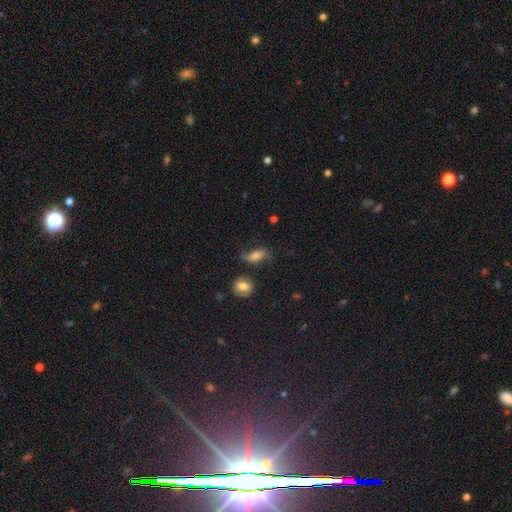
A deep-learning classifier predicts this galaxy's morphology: Smooth or featured?
  - smooth: 52% *
  - featured or disk: 37%
  - star or artifact: 12%
How rounded?
  - in between: 70% *
  - cigar-shaped: 21%
  - round: 9%
Merging?
  - none: 52% *
  - minor disturbance: 25%
  - major disturbance: 18%
  - merger: 5%